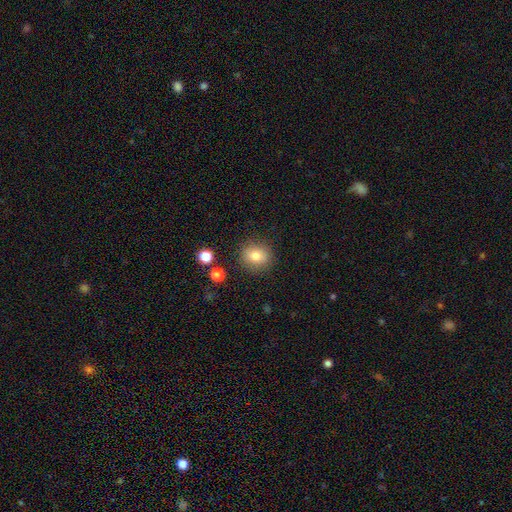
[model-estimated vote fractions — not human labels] A smooth galaxy with no disk features (79%) that is round (81%). Merging: none (86%).